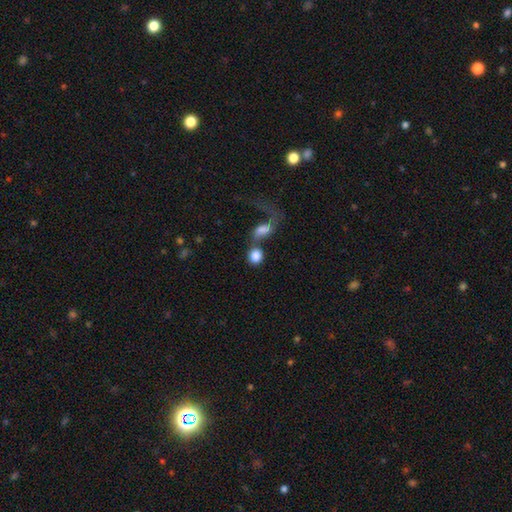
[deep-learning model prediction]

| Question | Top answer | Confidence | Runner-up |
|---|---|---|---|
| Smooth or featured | smooth | 82% | featured or disk (10%) |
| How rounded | round | 76% | in between (22%) |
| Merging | merger | 48% | none (33%) |